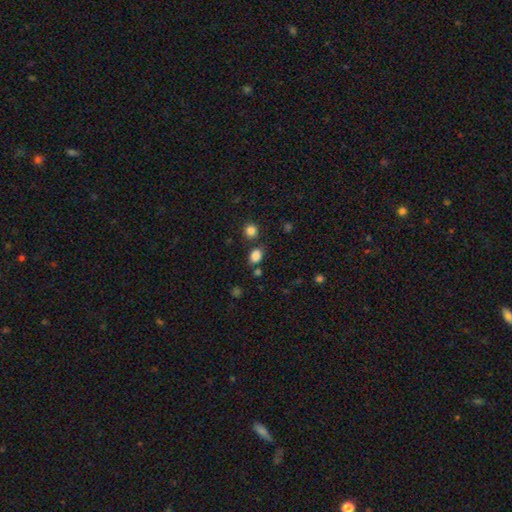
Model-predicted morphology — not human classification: Smooth or featured? Predicted: smooth (p=0.83). How rounded? Predicted: in between (p=0.64). Merging? Predicted: none (p=0.74).